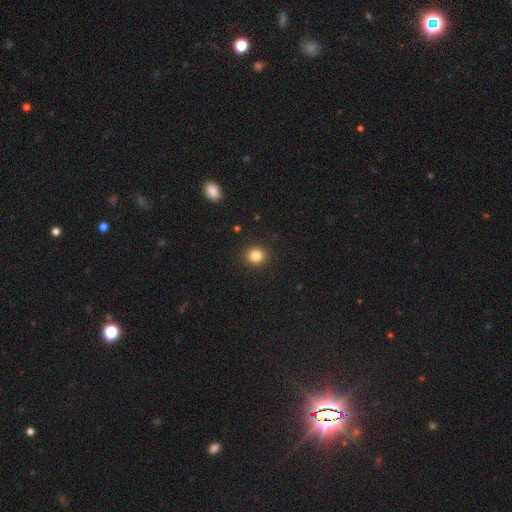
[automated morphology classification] Smooth or featured? Predicted: smooth (p=0.83). How rounded? Predicted: round (p=0.88). Merging? Predicted: none (p=0.92).